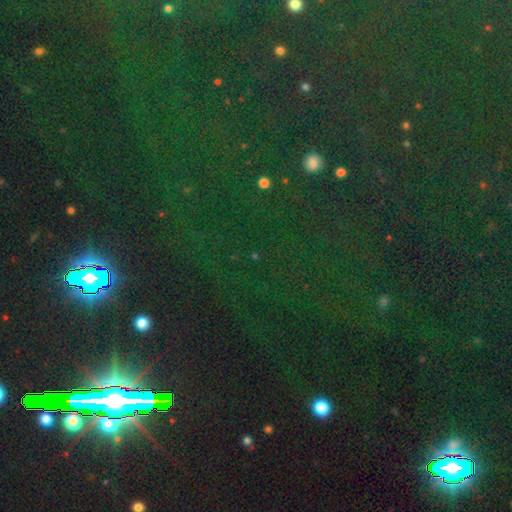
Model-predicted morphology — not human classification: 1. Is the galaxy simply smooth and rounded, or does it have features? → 82% star or artifact, 11% smooth, 7% featured or disk.